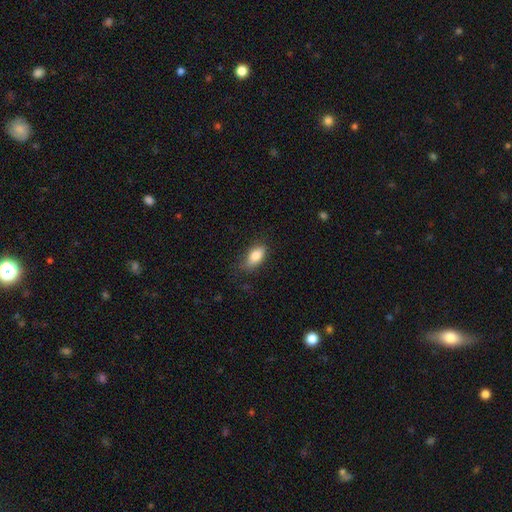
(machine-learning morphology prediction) The model was most divided on "merging": none: 73%, minor disturbance: 21%, major disturbance: 5%, merger: 1%. More confident: how rounded — in between (87%); smooth or featured — smooth (81%).